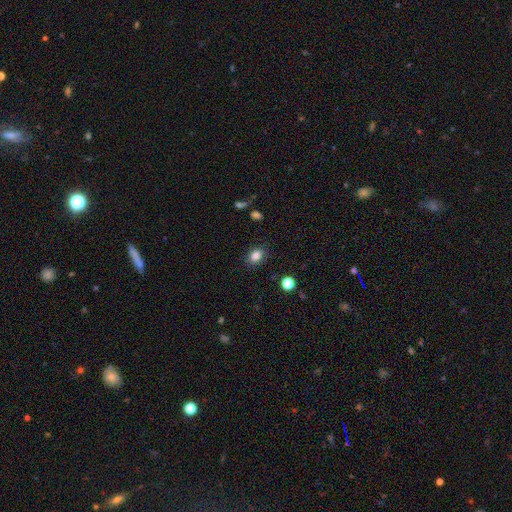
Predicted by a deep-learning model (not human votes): A smooth galaxy with no disk features (84%) that is in between round and cigar-shaped (66%). Merging: none (86%).